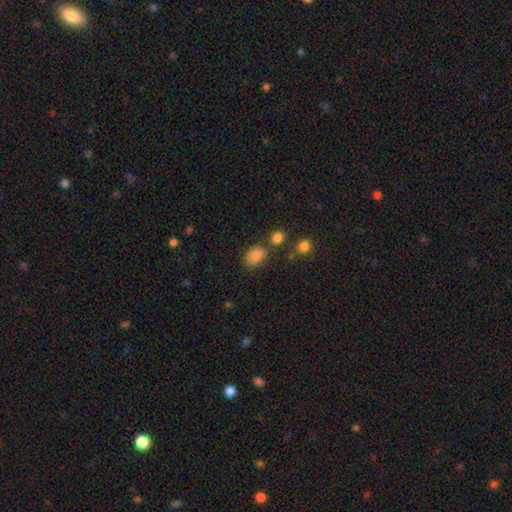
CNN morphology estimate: A smooth galaxy with no disk features (84%) that is in between round and cigar-shaped (70%).

Vote fractions:
- Smooth or featured? smooth: 84% / star or artifact: 11% / featured or disk: 5%
- How rounded? in between: 70% / round: 29% / cigar-shaped: 1%
- Merging? none: 71% / minor disturbance: 16% / merger: 9% / major disturbance: 5%